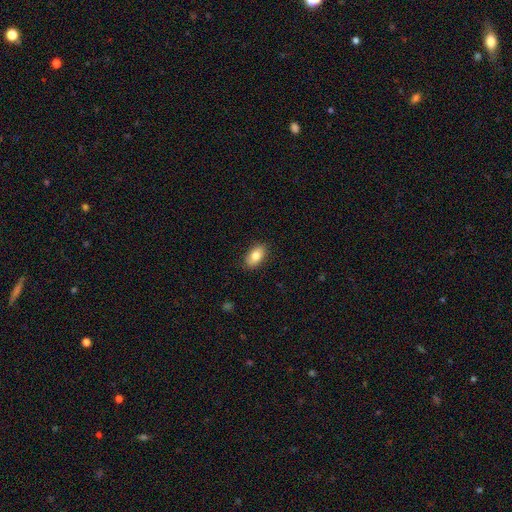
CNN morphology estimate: Smooth or featured? Predicted: smooth (p=0.81). How rounded? Predicted: in between (p=0.91). Merging? Predicted: none (p=0.88).